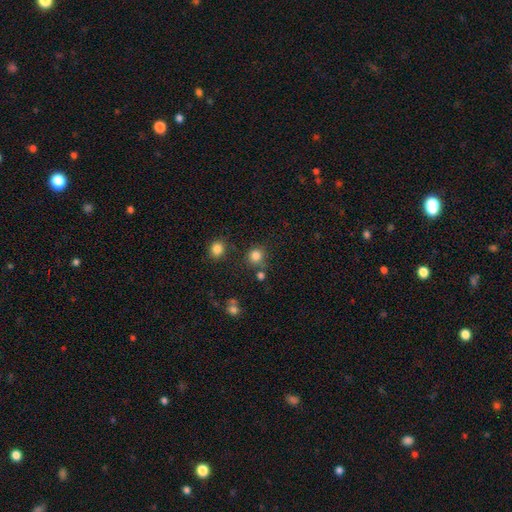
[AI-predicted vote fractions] Overall: smooth (81%). How rounded: round (88%). Merging: none (76%).